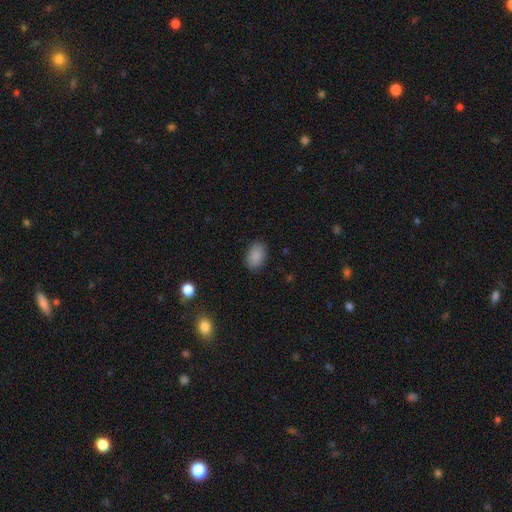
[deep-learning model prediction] This is clearly a smooth galaxy (89%). How rounded: clearly in between (85%). Merging: clearly none (86%).